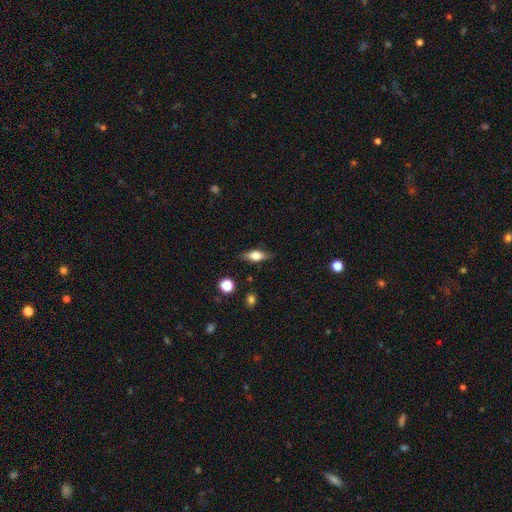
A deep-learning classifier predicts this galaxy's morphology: Overall: smooth (57%; featured or disk 34%). How rounded: in between (67%). Merging: none (83%).